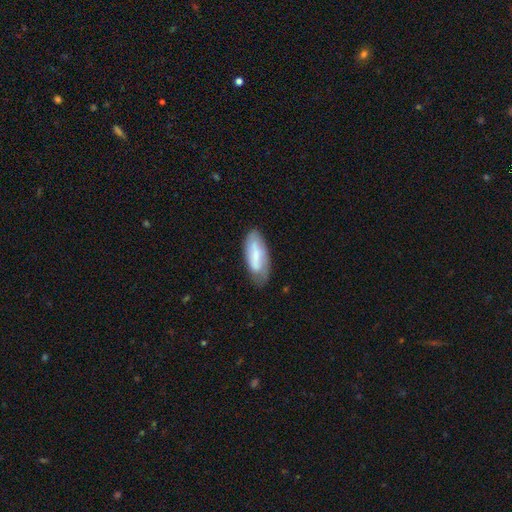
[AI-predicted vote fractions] smooth_or_featured: smooth (p=0.61) [alt: featured or disk p=0.33]
how_rounded: in between (p=0.78) [alt: cigar-shaped p=0.20]
merging: none (p=0.63) [alt: minor disturbance p=0.27]